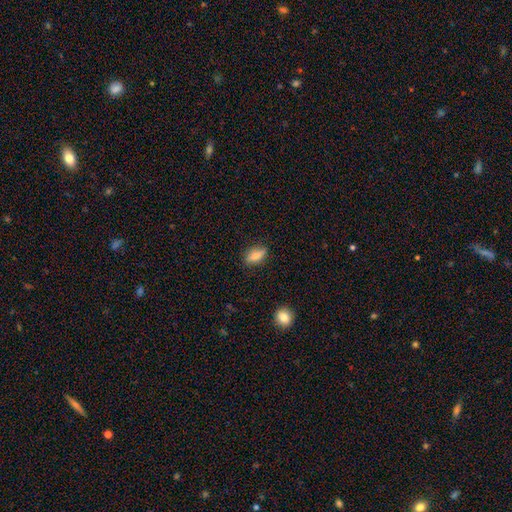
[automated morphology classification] Overall: smooth (63%; featured or disk 29%). How rounded: in between (67%). Merging: none (82%).